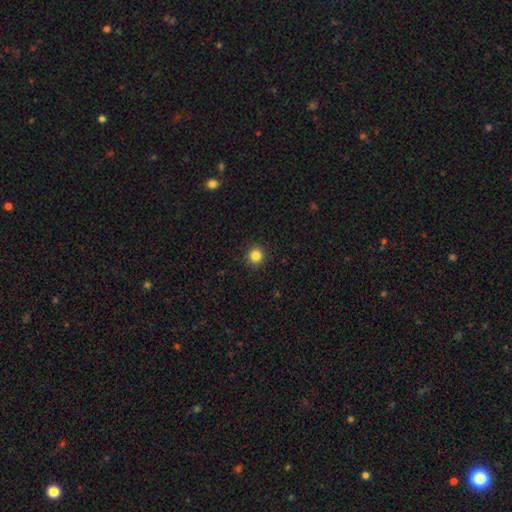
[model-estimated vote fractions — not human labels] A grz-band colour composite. It shows a smooth galaxy with no disk features (84%) that is round (94%). Merging: none (92%).